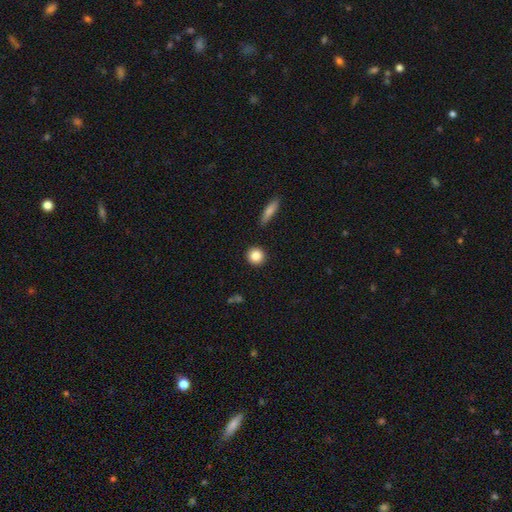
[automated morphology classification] smooth 85%, star or artifact 9%, featured or disk 6%. Down the decision tree: how rounded — round (91%); merging — none (91%).